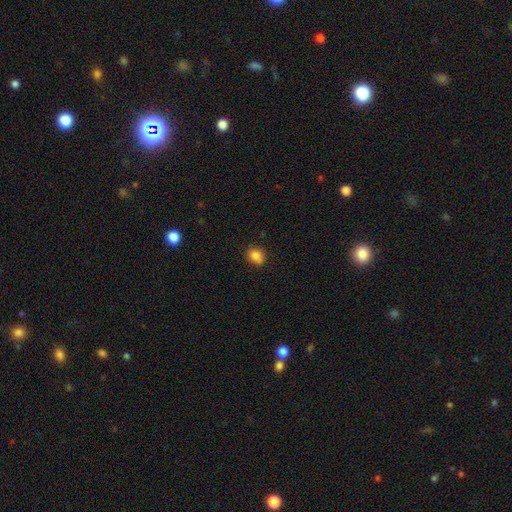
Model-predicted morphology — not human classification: This appears to be a smooth galaxy with no disk features (82%) that is round (67%). Merging: none (69%).